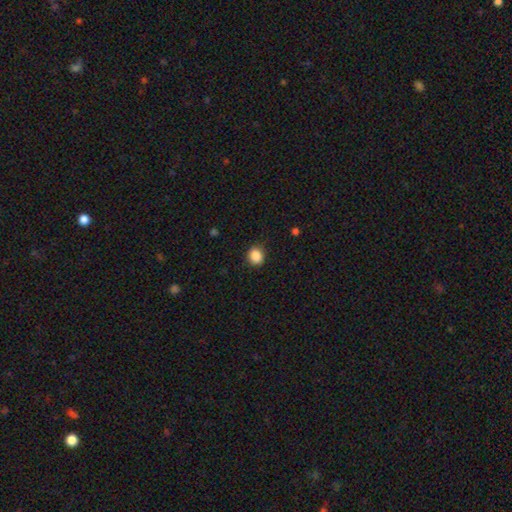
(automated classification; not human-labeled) A smooth galaxy with no disk features (88%) that is round (72%). Merging: none (85%).